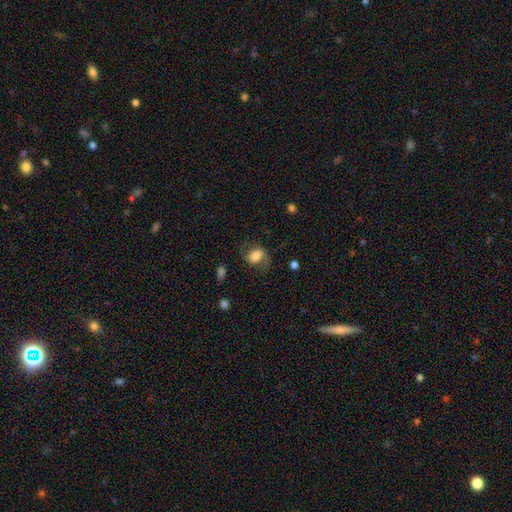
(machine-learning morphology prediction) smooth_or_featured: smooth (p=0.57) [alt: featured or disk p=0.35]
how_rounded: in between (p=0.64) [alt: round p=0.35]
merging: none (p=0.64) [alt: minor disturbance p=0.21]